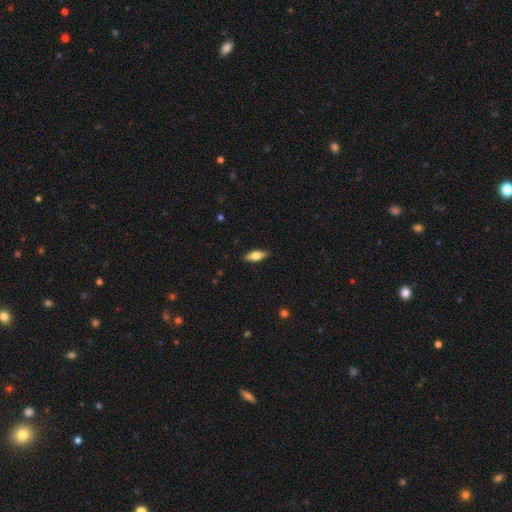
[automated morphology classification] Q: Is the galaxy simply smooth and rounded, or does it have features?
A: smooth — 61%.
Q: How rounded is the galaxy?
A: in between — 66%.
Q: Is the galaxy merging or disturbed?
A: none — 88%.